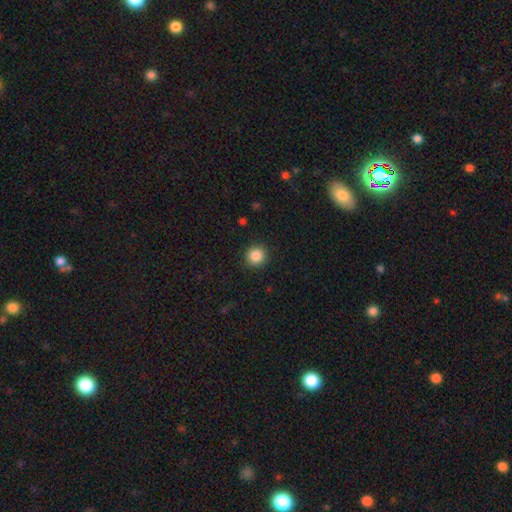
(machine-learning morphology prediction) A smooth galaxy with no disk features (86%) that is round (92%).

Vote fractions:
- Smooth or featured? smooth: 86% / star or artifact: 10% / featured or disk: 4%
- How rounded? round: 92% / in between: 7% / cigar-shaped: 1%
- Merging? none: 92% / minor disturbance: 5% / major disturbance: 2% / merger: 1%